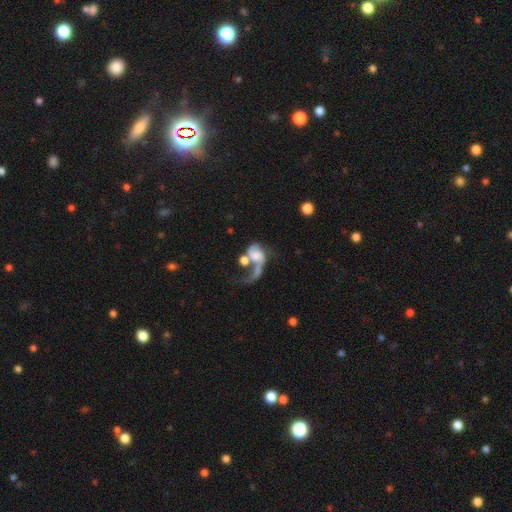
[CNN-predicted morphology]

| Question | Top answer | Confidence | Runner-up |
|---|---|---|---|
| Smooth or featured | featured or disk | 64% | smooth (28%) |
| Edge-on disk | no | 97% | yes (3%) |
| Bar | no | 67% | weak (25%) |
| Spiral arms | yes | 81% | no (19%) |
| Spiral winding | loose | 74% | medium (20%) |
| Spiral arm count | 1 | 62% | 2 (29%) |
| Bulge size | none | 28% | moderate (25%) |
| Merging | merger | 45% | major disturbance (33%) |